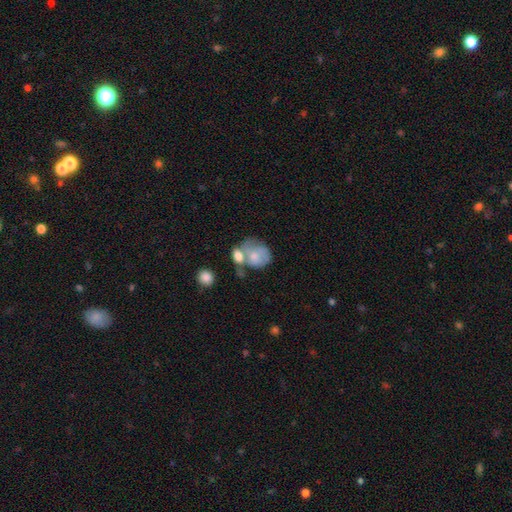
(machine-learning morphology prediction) This is likely a smooth galaxy (65%). How rounded: possibly round (60%). Merging: marginally merger (45%).